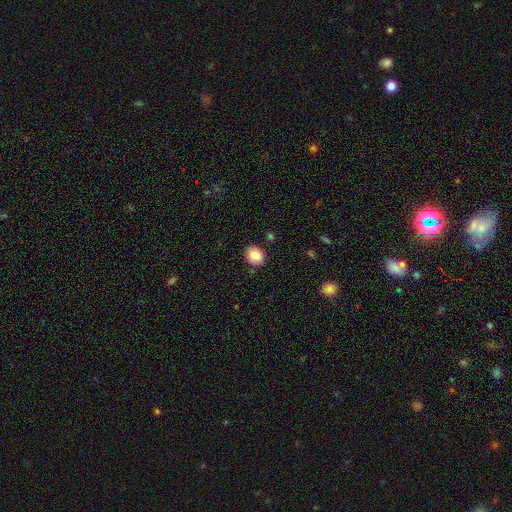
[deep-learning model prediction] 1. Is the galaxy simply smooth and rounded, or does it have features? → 88% smooth, 8% star or artifact, 4% featured or disk.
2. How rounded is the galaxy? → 57% round, 42% in between, 1% cigar-shaped.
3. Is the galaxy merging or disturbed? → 83% none, 11% minor disturbance, 3% major disturbance, 2% merger.